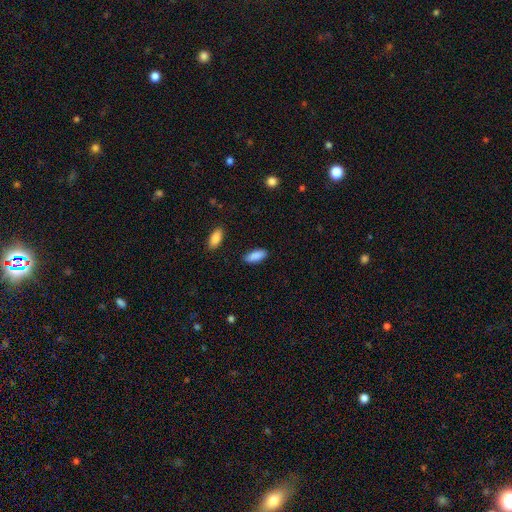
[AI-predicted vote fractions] Q: Smooth or featured?
A: smooth (89%); runner-up: star or artifact (6%)
Q: How rounded?
A: in between (81%); runner-up: cigar-shaped (17%)
Q: Merging?
A: none (87%); runner-up: minor disturbance (9%)